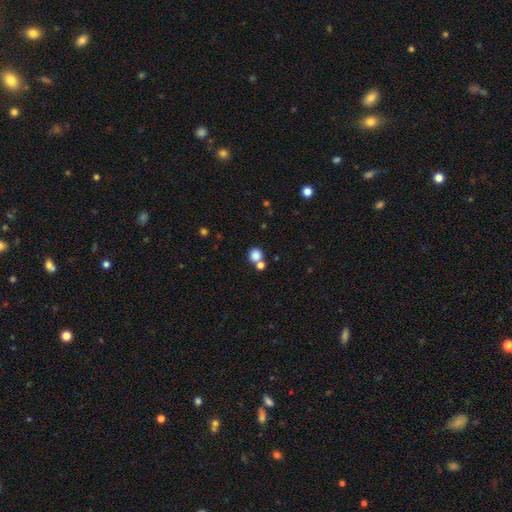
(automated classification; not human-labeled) Smooth or featured?
  - smooth: 82% *
  - star or artifact: 12%
  - featured or disk: 6%
How rounded?
  - round: 88% *
  - in between: 11%
  - cigar-shaped: 1%
Merging?
  - none: 57% *
  - merger: 31%
  - minor disturbance: 8%
  - major disturbance: 4%